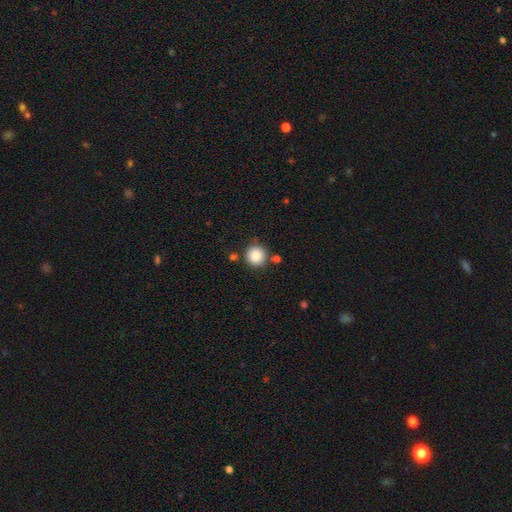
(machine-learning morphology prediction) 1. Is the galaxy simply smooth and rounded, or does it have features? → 86% smooth, 9% star or artifact, 5% featured or disk.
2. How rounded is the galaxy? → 93% round, 6% in between, 1% cigar-shaped.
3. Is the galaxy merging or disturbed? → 78% none, 11% minor disturbance, 7% merger, 3% major disturbance.